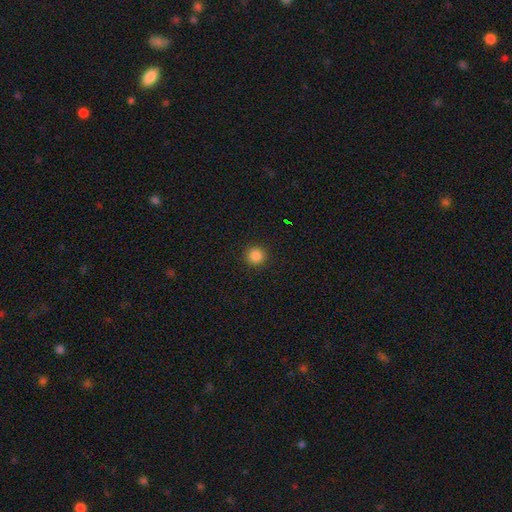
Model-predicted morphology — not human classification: smooth-or-featured: smooth: 86% | star or artifact: 11% | featured or disk: 3%
  how-rounded: round: 95% | in between: 4% | cigar-shaped: 1%
  merging: none: 92% | minor disturbance: 5% | major disturbance: 2% | merger: 1%